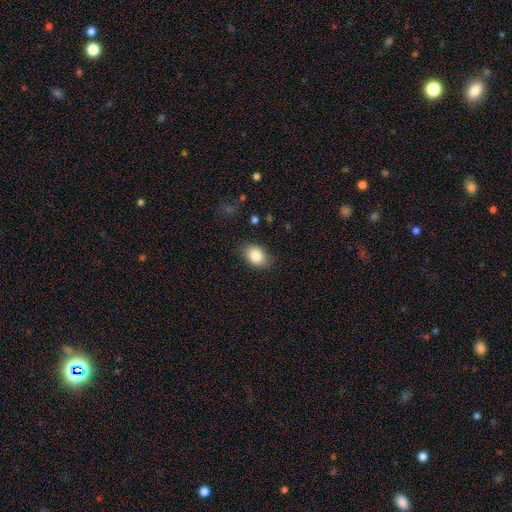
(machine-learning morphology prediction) A smooth galaxy with no disk features (84%) that is in between round and cigar-shaped (76%).

Vote fractions:
- Smooth or featured? smooth: 84% / star or artifact: 8% / featured or disk: 7%
- How rounded? in between: 76% / round: 23% / cigar-shaped: 1%
- Merging? none: 83% / minor disturbance: 13% / major disturbance: 3% / merger: 1%